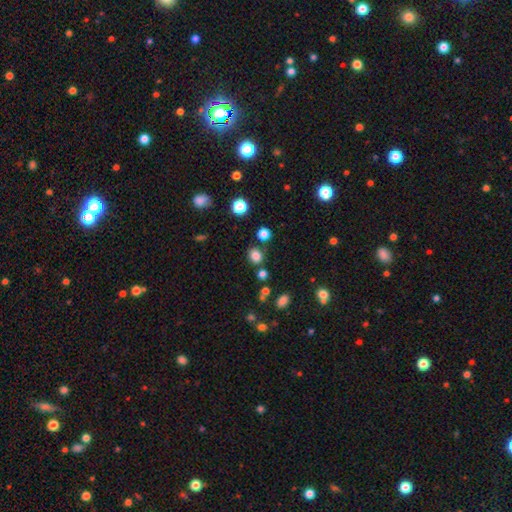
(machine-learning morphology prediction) Smooth or featured: smooth — 80% (star or artifact — 15%)
How rounded: round — 68% (in between — 31%)
Merging: none — 79% (minor disturbance — 10%)